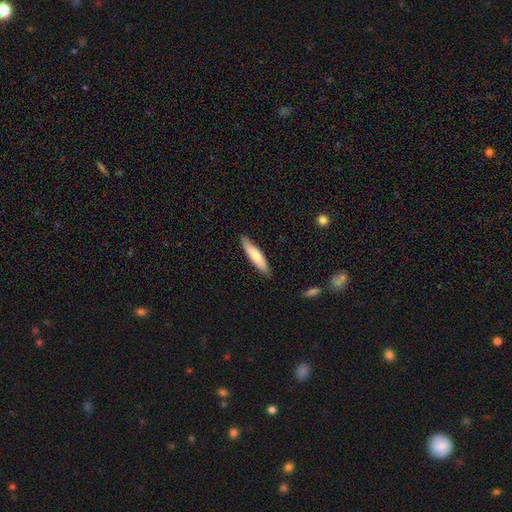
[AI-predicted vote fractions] Q: Smooth or featured?
A: smooth (71%); runner-up: featured or disk (24%)
Q: How rounded?
A: cigar-shaped (79%); runner-up: in between (20%)
Q: Merging?
A: none (86%); runner-up: minor disturbance (11%)